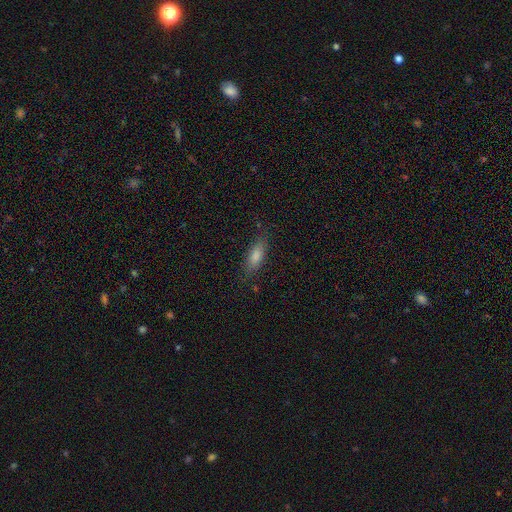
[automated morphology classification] Smooth or featured?
  - smooth: 71% *
  - featured or disk: 18%
  - star or artifact: 11%
How rounded?
  - in between: 50% *
  - cigar-shaped: 47%
  - round: 3%
Merging?
  - none: 80% *
  - minor disturbance: 15%
  - major disturbance: 4%
  - merger: 1%